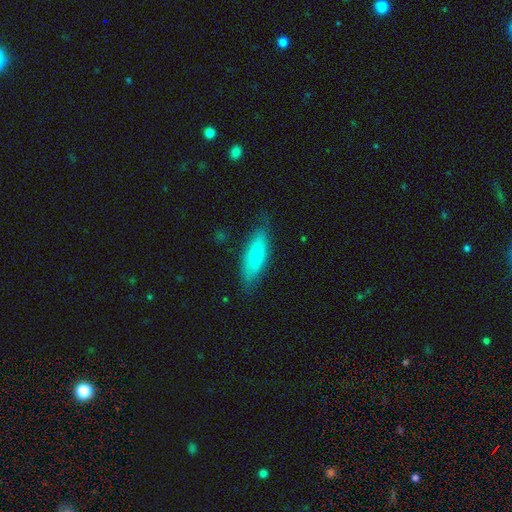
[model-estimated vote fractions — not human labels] smooth_or_featured: smooth (p=0.70) [alt: featured or disk p=0.24]
how_rounded: in between (p=0.56) [alt: cigar-shaped p=0.42]
merging: none (p=0.76) [alt: minor disturbance p=0.19]